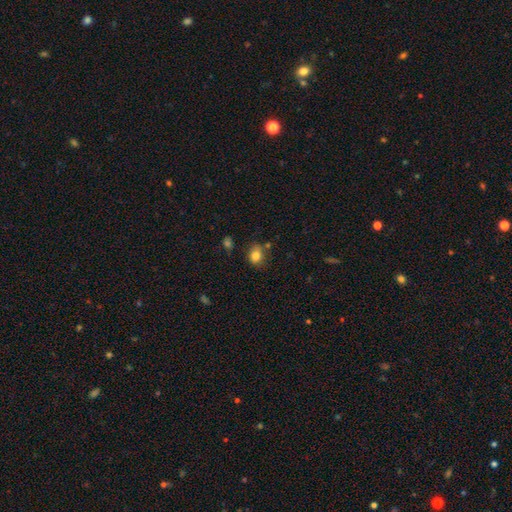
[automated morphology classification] This appears to be a smooth galaxy with no disk features (82%) that is round (55%). Merging: none (67%).